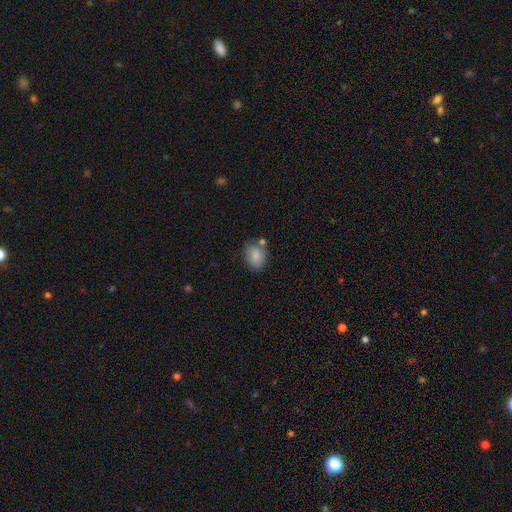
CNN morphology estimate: This appears to be a smooth galaxy with no disk features (84%) that is in between round and cigar-shaped (65%). Merging: none (64%).